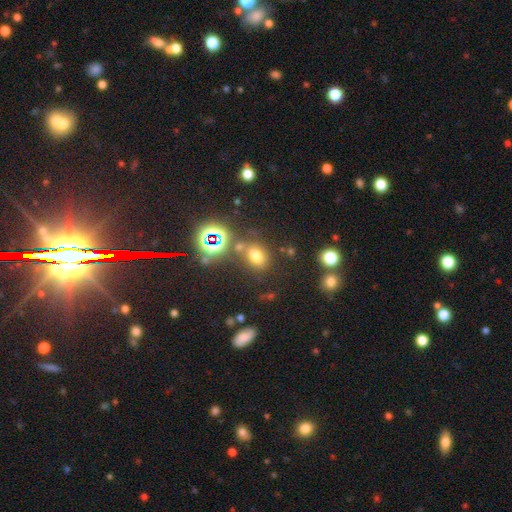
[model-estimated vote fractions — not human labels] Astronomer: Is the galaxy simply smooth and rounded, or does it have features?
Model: smooth — 64%.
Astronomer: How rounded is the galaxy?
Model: in between — 57% (runner-up: round, 41%).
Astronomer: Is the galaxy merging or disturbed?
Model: none — 65%.